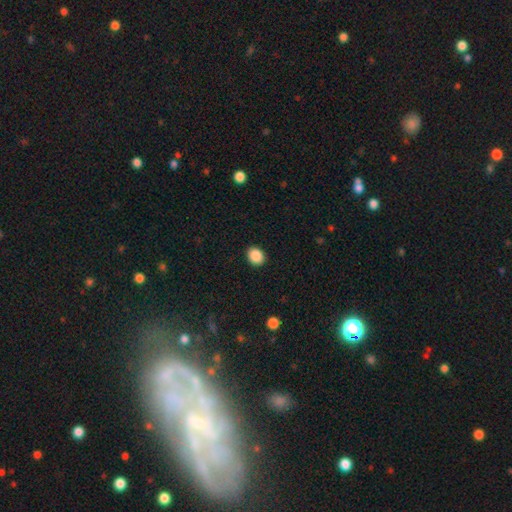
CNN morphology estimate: A smooth galaxy with no disk features (89%) that is round (58%). Merging: none (91%).